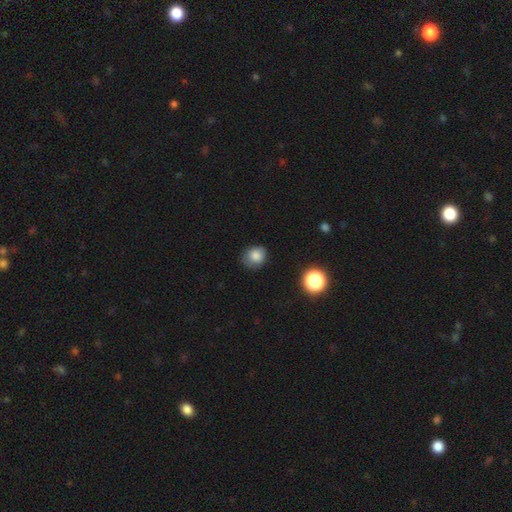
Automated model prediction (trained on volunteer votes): The model was most divided on "how rounded": round: 72%, in between: 27%, cigar-shaped: 1%. More confident: smooth or featured — smooth (83%); merging — none (73%).